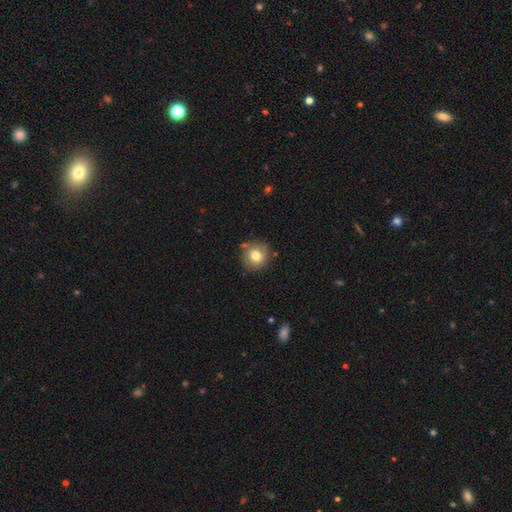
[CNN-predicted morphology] smooth-or-featured: smooth: 78% | featured or disk: 12% | star or artifact: 10%
  how-rounded: round: 89% | in between: 10% | cigar-shaped: 1%
  merging: none: 80% | minor disturbance: 12% | merger: 5% | major disturbance: 3%